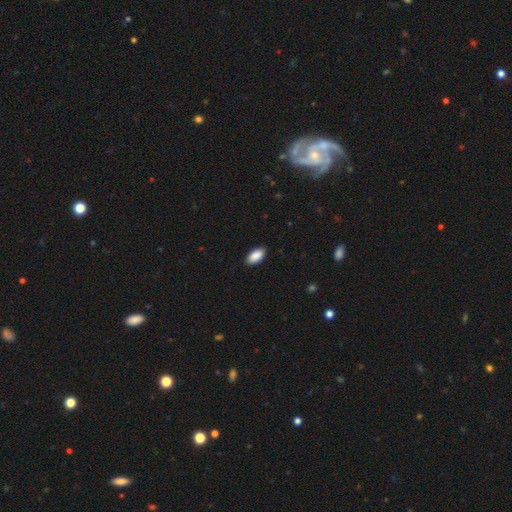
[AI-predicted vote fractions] Overall: smooth (90%). How rounded: in between (94%). Merging: none (87%).